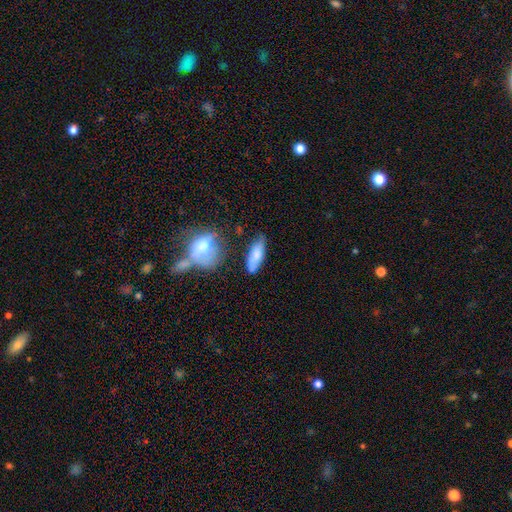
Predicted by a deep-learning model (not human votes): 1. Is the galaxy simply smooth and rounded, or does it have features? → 73% smooth, 20% featured or disk, 7% star or artifact.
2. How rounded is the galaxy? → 66% in between, 30% cigar-shaped, 3% round.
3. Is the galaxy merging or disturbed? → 60% none, 25% minor disturbance, 7% merger, 7% major disturbance.